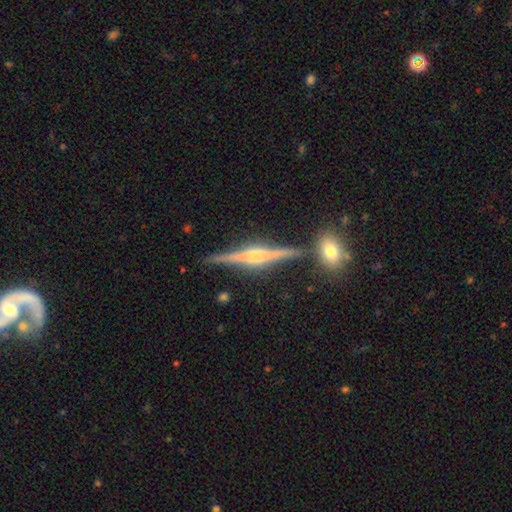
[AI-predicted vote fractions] A featured or disk galaxy (85%) viewed edge-on (98%) with a rounded central bulge (80%). Merging: none (84%).